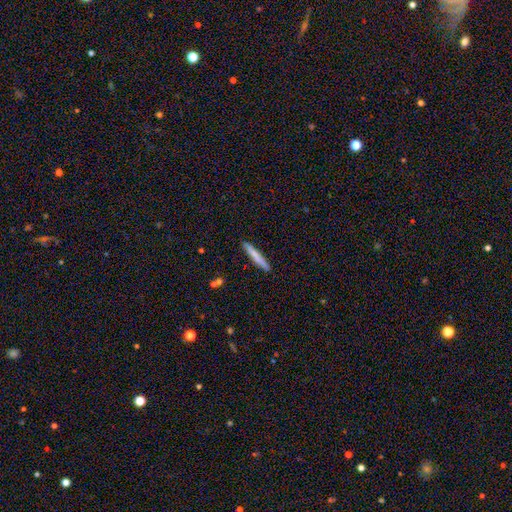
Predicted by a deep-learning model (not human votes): Morphology: type=smooth (71%); roundness=cigar-shaped (95%); merging=none (89%).